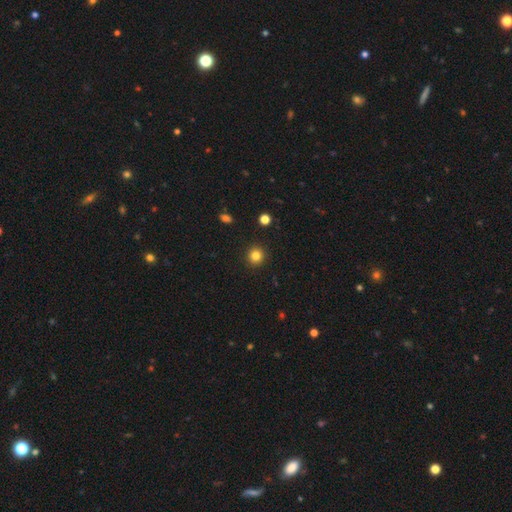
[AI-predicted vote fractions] Smooth or featured: smooth — 83% (star or artifact — 12%)
How rounded: round — 93% (in between — 6%)
Merging: none — 93% (minor disturbance — 5%)